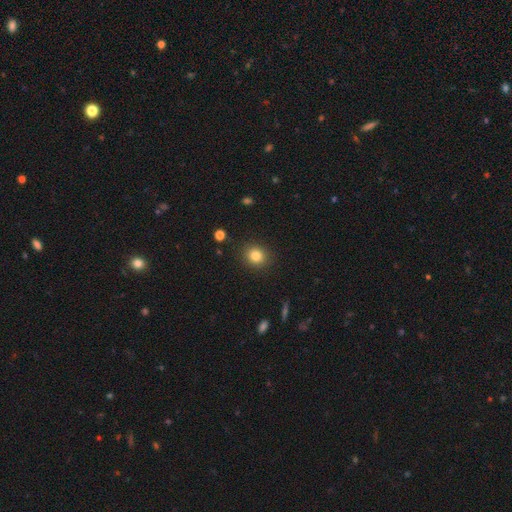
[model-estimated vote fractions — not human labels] smooth_or_featured: smooth (p=0.83) [alt: star or artifact p=0.11]
how_rounded: round (p=0.81) [alt: in between p=0.18]
merging: none (p=0.89) [alt: minor disturbance p=0.07]